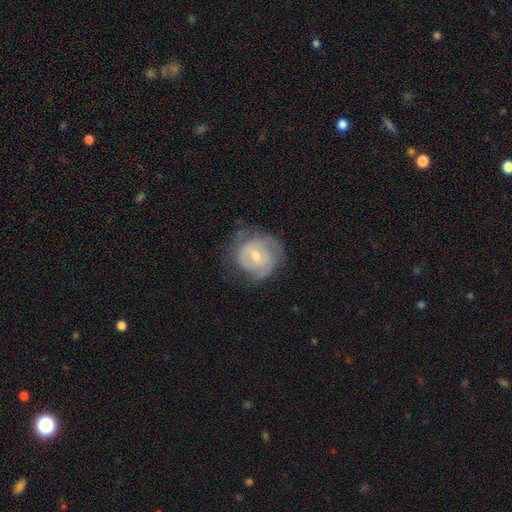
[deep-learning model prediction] Smooth or featured? Predicted: featured or disk (p=0.63). Edge-on disk? Predicted: no (p=0.97). Bar? Predicted: weak (p=0.49). Spiral arms? Predicted: yes (p=0.77). Bulge size? Predicted: moderate (p=0.48). Merging? Predicted: none (p=0.59).